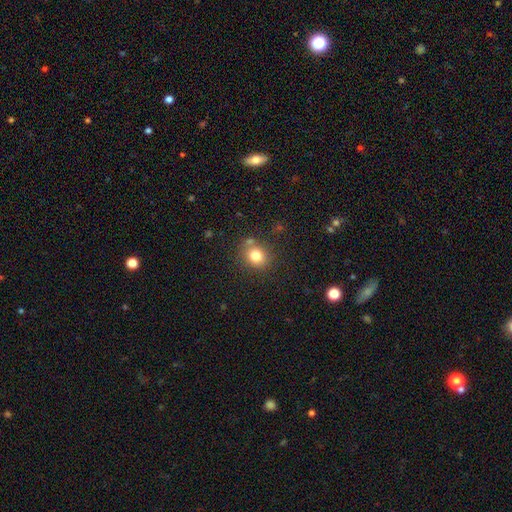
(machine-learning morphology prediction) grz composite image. It shows a smooth galaxy with no disk features (79%) that is round (73%). Merging: none (76%).